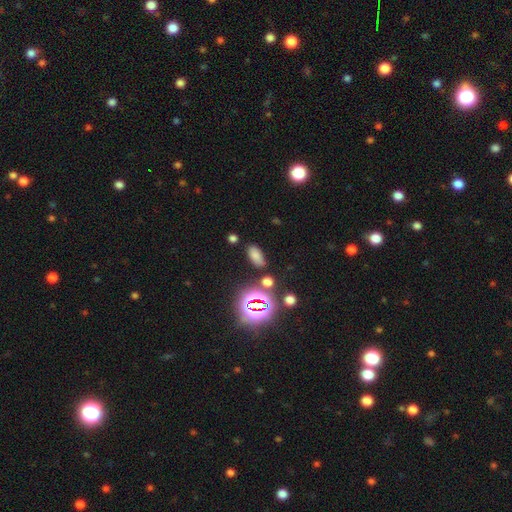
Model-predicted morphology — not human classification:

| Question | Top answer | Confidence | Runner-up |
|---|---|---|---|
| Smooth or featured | smooth | 68% | star or artifact (24%) |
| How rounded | in between | 88% | round (6%) |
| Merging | none | 80% | minor disturbance (11%) |